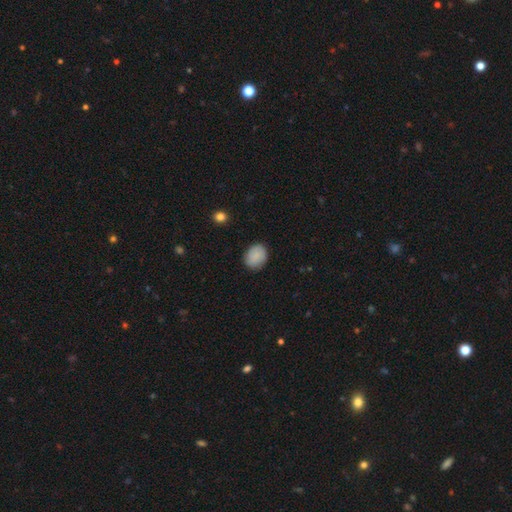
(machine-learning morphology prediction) Smooth or featured: smooth — 88% (star or artifact — 7%)
How rounded: in between — 52% (round — 47%)
Merging: none — 85% (minor disturbance — 11%)